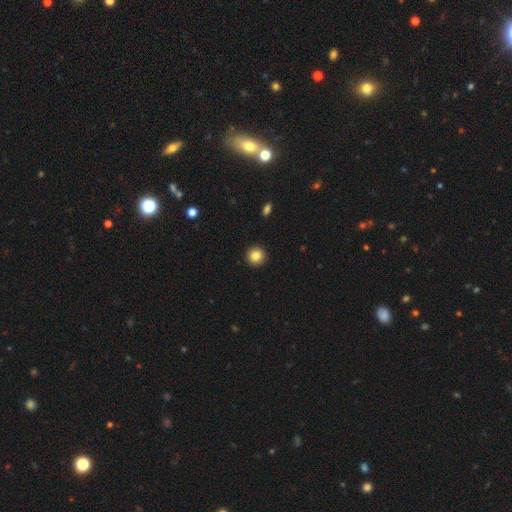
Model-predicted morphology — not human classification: smooth 85%, star or artifact 10%, featured or disk 6%. Down the decision tree: how rounded — round (95%); merging — none (93%).